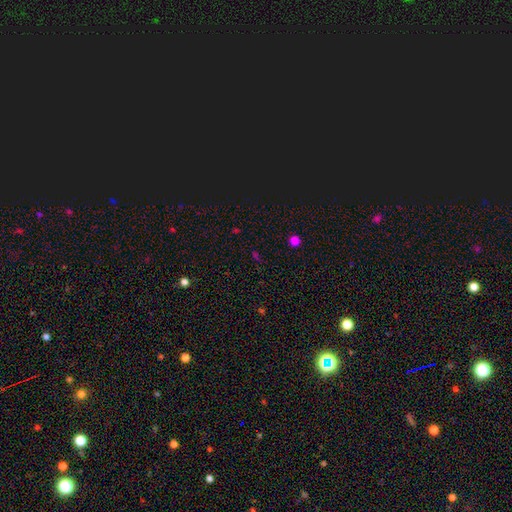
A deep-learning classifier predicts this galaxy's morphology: This appears to be a star or artifact, not a galaxy (56%).